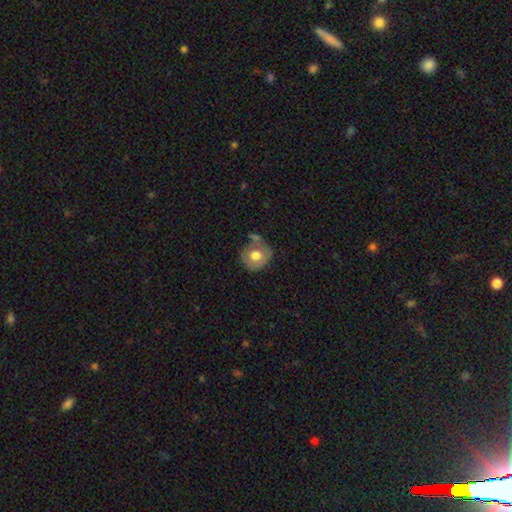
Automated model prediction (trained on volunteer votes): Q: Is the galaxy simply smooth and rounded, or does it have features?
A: smooth — 60%.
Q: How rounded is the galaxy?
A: round — 77%.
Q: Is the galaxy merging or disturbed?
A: none — 49%.